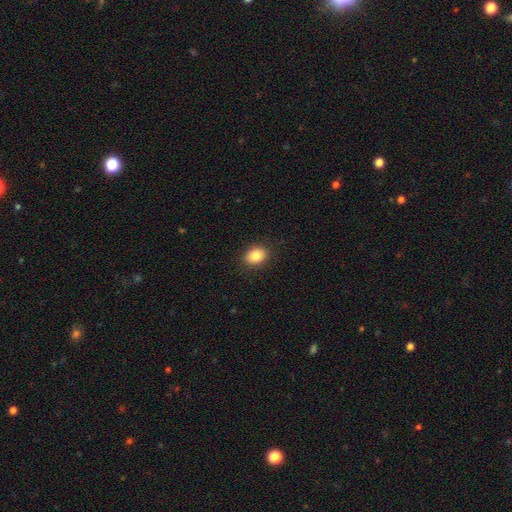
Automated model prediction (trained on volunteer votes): Smooth or featured? Predicted: smooth (p=0.85). How rounded? Predicted: in between (p=0.64). Merging? Predicted: none (p=0.89).